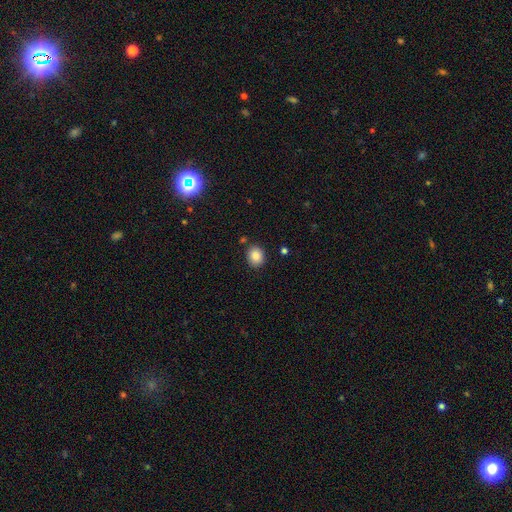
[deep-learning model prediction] Smooth or featured: smooth — 86% (star or artifact — 9%)
How rounded: round — 57% (in between — 42%)
Merging: none — 86% (minor disturbance — 9%)